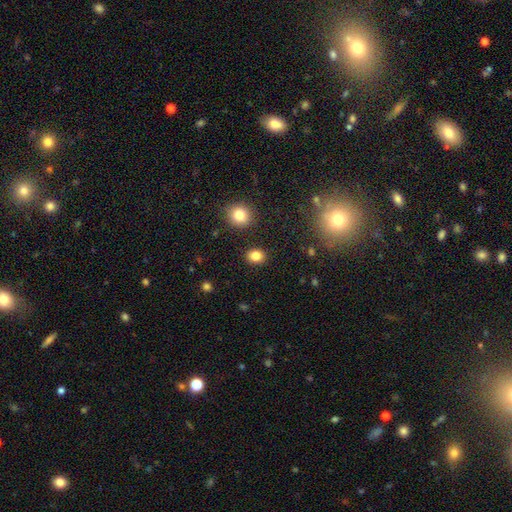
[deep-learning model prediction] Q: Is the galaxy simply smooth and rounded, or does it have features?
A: smooth — 83%.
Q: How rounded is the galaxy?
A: round — 63%.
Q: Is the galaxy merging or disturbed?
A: none — 89%.